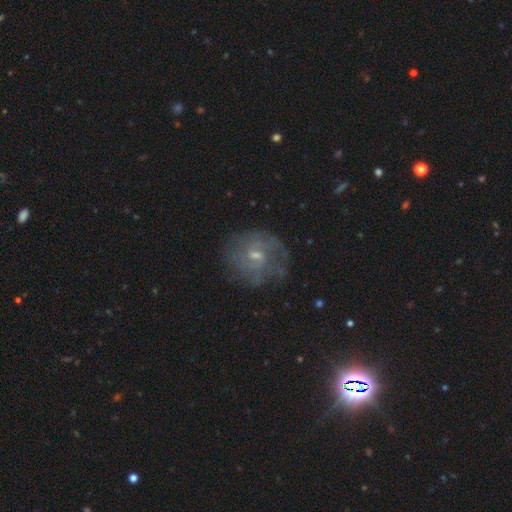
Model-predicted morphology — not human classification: smooth_or_featured: featured or disk (p=0.72) [alt: smooth p=0.18]
disk_edge_on: no (p=0.97) [alt: yes p=0.03]
bar: weak (p=0.53) [alt: no p=0.40]
has_spiral_arms: yes (p=0.83) [alt: no p=0.17]
spiral_winding: tight (p=0.44) [alt: medium p=0.38]
spiral_arm_count: can't tell (p=0.46) [alt: 2 p=0.25]
bulge_size: small (p=0.56) [alt: moderate p=0.36]
merging: none (p=0.65) [alt: minor disturbance p=0.20]